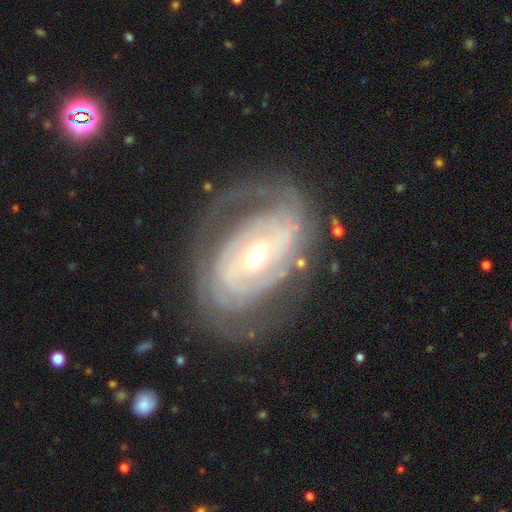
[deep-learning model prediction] smooth_or_featured: featured or disk (p=0.86) [alt: smooth p=0.09]
disk_edge_on: no (p=0.95) [alt: yes p=0.05]
bar: no (p=0.41) [alt: weak p=0.35]
has_spiral_arms: yes (p=0.91) [alt: no p=0.09]
spiral_winding: tight (p=0.62) [alt: medium p=0.28]
spiral_arm_count: 2 (p=0.39) [alt: can't tell p=0.33]
bulge_size: small (p=0.52) [alt: moderate p=0.44]
merging: none (p=0.67) [alt: minor disturbance p=0.18]